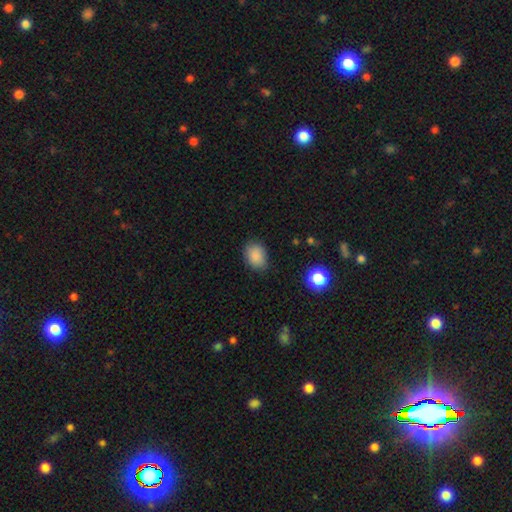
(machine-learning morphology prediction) Q: Smooth or featured?
A: smooth (87%); runner-up: star or artifact (9%)
Q: How rounded?
A: in between (67%); runner-up: round (32%)
Q: Merging?
A: none (80%); runner-up: minor disturbance (16%)